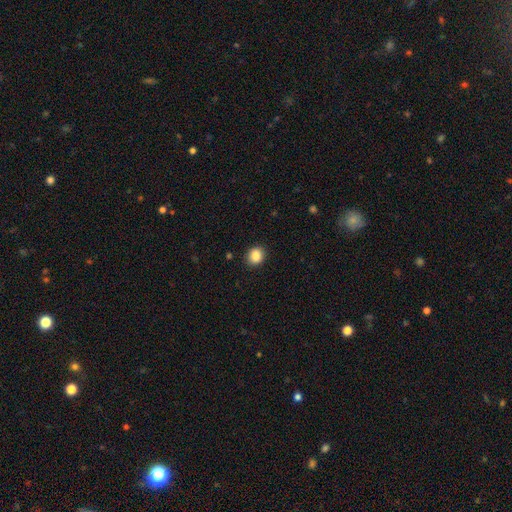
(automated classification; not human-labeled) Overall: smooth (86%). How rounded: round (72%). Merging: none (90%).